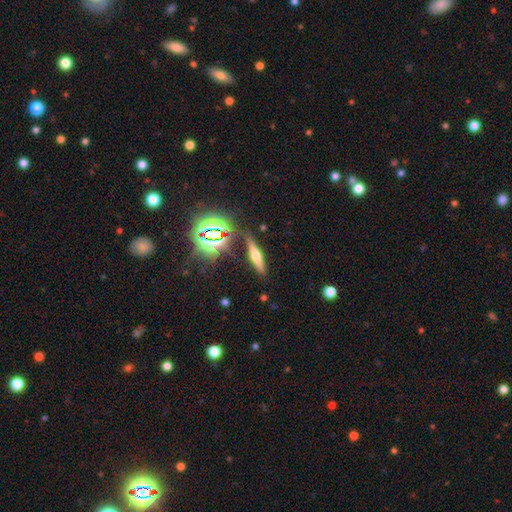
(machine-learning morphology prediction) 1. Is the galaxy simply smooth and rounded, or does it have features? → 40% featured or disk, 38% smooth, 21% star or artifact.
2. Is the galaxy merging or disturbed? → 84% none, 9% minor disturbance, 3% merger, 3% major disturbance.